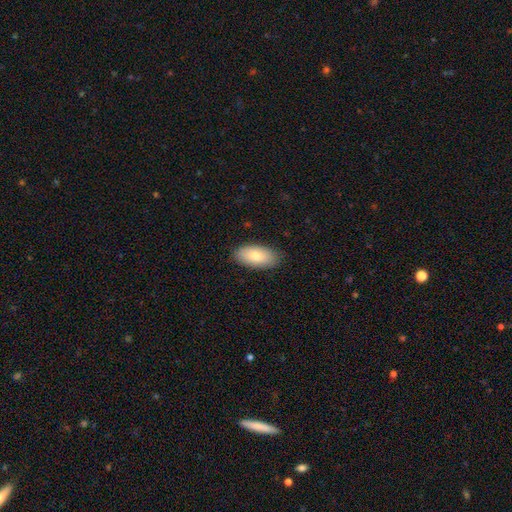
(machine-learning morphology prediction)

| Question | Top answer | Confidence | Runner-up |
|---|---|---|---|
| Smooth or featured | smooth | 80% | featured or disk (14%) |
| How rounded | in between | 93% | cigar-shaped (5%) |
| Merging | none | 86% | minor disturbance (11%) |